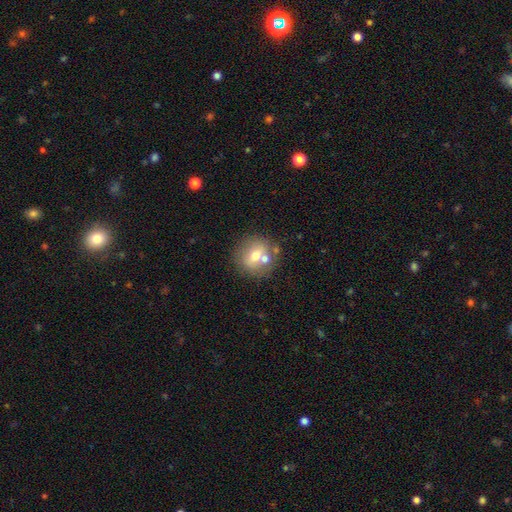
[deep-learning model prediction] This appears to be a smooth galaxy with no disk features (59%) that is round (83%). Merging: none (64%).